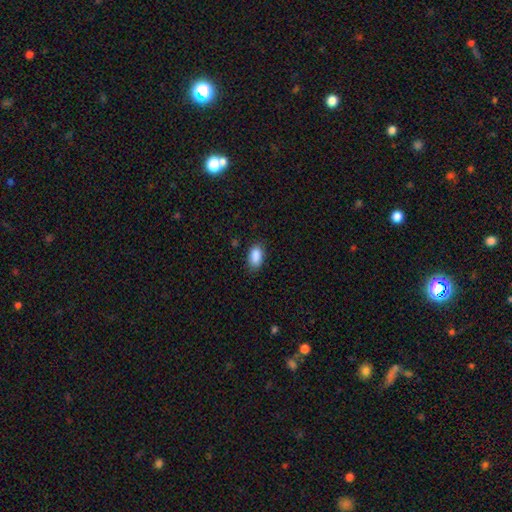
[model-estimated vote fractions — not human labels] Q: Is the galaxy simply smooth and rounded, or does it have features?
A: smooth — 89%.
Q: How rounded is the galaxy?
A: in between — 92%.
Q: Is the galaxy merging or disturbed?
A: none — 84%.